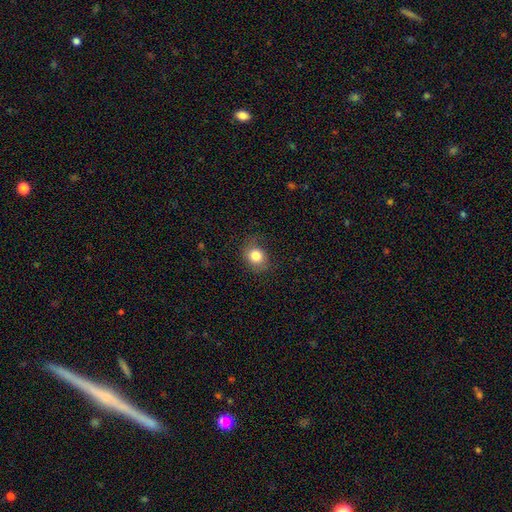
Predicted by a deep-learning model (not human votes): Smooth or featured? Predicted: smooth (p=0.82). How rounded? Predicted: round (p=0.60). Merging? Predicted: none (p=0.74).